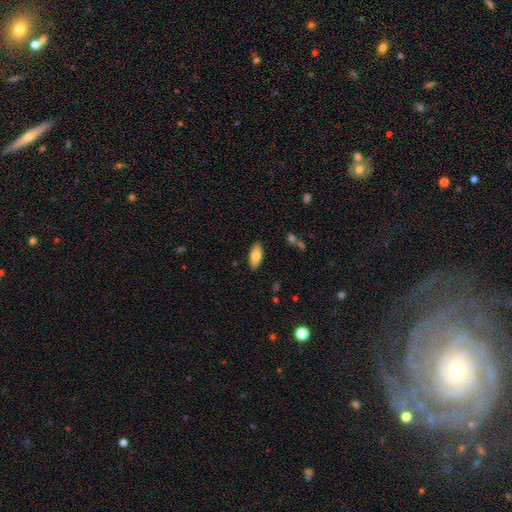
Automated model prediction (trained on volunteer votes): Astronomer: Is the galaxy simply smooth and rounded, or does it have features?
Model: smooth — 78%.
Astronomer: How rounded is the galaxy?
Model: in between — 84%.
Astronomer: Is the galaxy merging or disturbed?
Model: none — 88%.